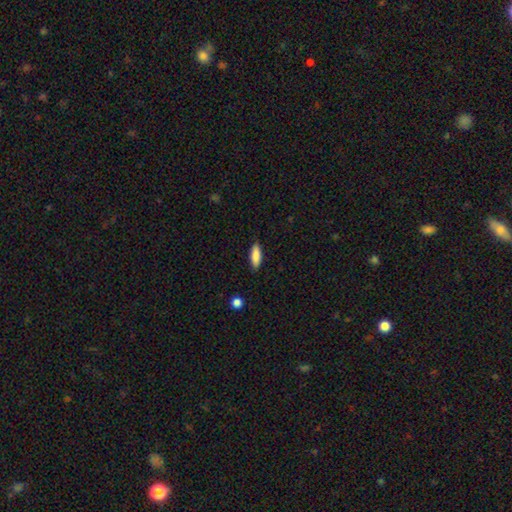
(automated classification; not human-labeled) Morphology: type=smooth (87%); roundness=in between (60%); merging=none (88%).